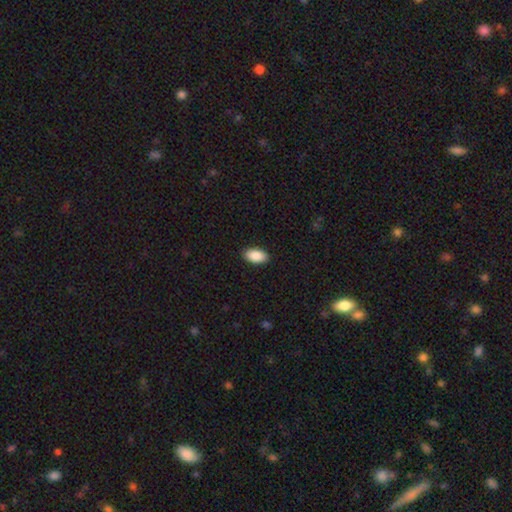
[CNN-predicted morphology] smooth-or-featured: smooth: 90% | star or artifact: 6% | featured or disk: 4%
  how-rounded: in between: 95% | round: 3% | cigar-shaped: 2%
  merging: none: 90% | minor disturbance: 7% | major disturbance: 2% | merger: 1%